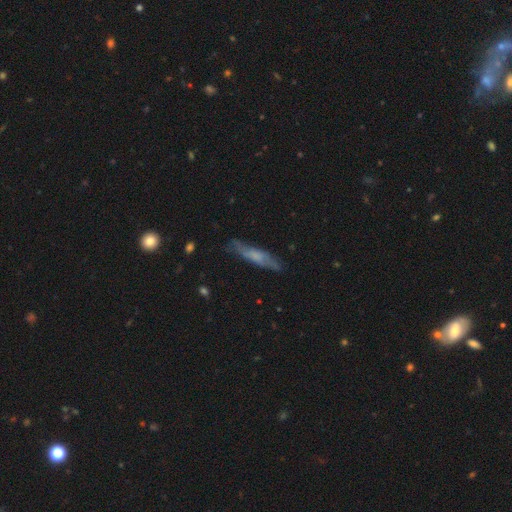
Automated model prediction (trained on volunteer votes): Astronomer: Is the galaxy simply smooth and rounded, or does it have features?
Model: smooth — 48% (runner-up: featured or disk, 45%).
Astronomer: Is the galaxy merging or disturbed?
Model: none — 75%.